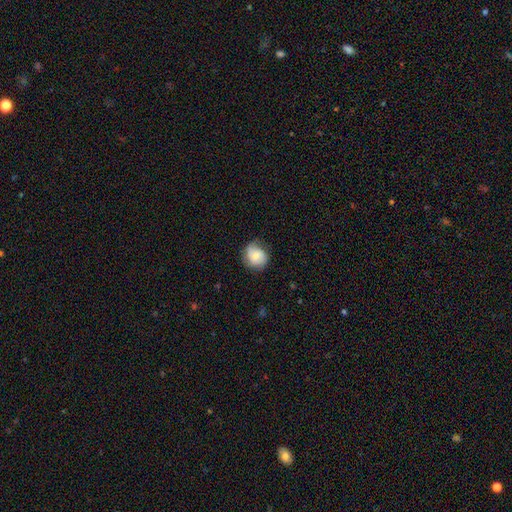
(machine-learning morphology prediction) Smooth or featured: smooth — 60% (featured or disk — 33%)
How rounded: round — 77% (in between — 22%)
Merging: none — 65% (minor disturbance — 26%)